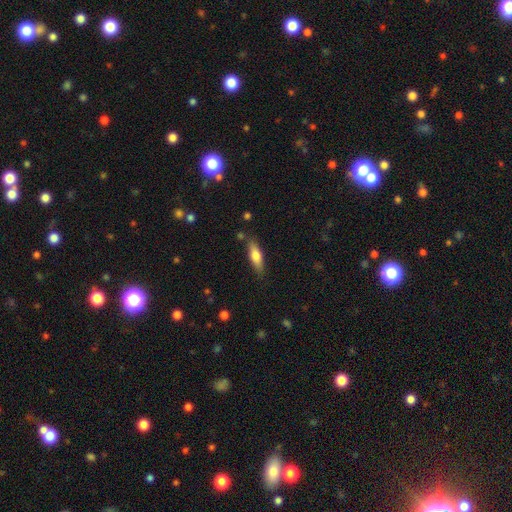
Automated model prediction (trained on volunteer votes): smooth-or-featured: smooth: 69% | featured or disk: 25% | star or artifact: 6%
  how-rounded: cigar-shaped: 49% | in between: 48% | round: 2%
  merging: none: 81% | minor disturbance: 14% | major disturbance: 3% | merger: 3%